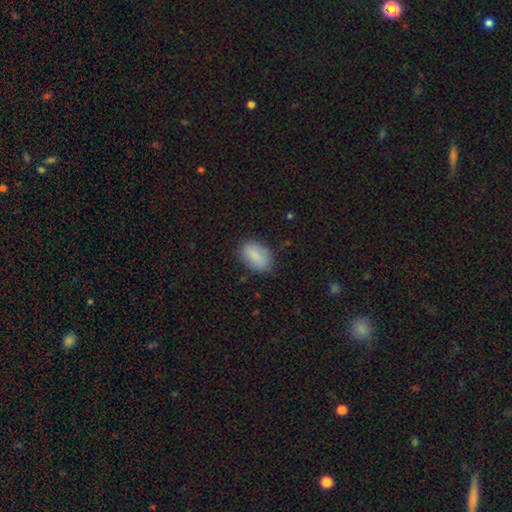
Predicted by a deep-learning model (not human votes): Morphology: type=smooth (85%); roundness=in between (90%); merging=none (82%).